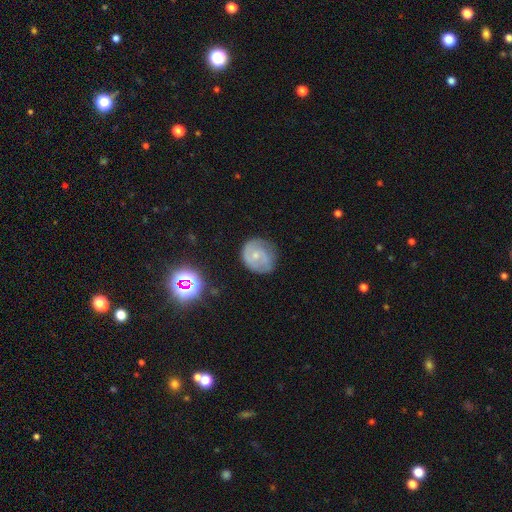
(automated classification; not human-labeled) featured or disk 60%, smooth 31%, star or artifact 9%. Down the decision tree: edge-on disk — no (98%); bar — no (65%); spiral arms — yes (85%); spiral arm count — 2 (56%); spiral winding — medium (42%); bulge size — small (67%); merging — none (64%).